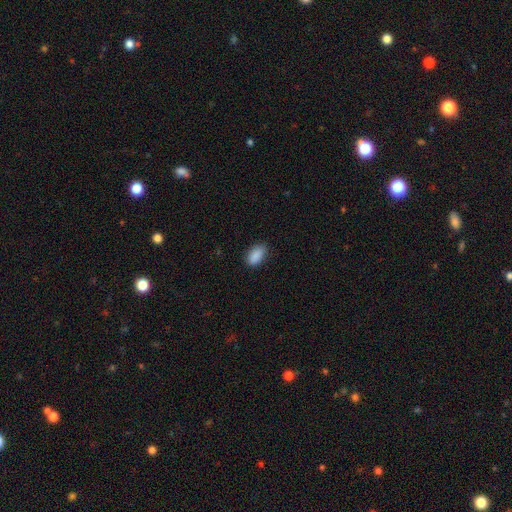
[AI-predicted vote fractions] A smooth galaxy with no disk features (90%) that is in between round and cigar-shaped (92%).

Vote fractions:
- Smooth or featured? smooth: 90% / star or artifact: 7% / featured or disk: 3%
- How rounded? in between: 92% / round: 4% / cigar-shaped: 4%
- Merging? none: 82% / minor disturbance: 14% / major disturbance: 3% / merger: 1%